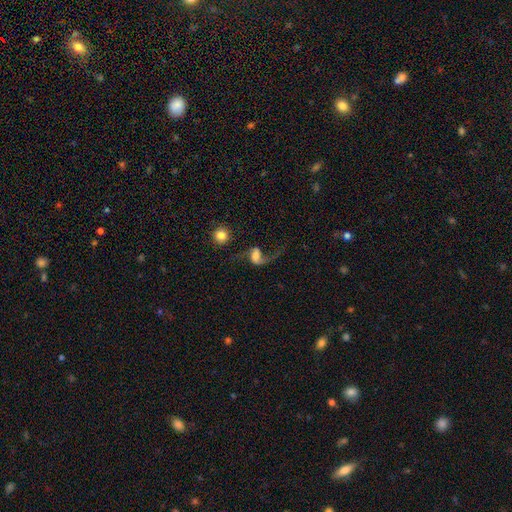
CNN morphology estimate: Smooth or featured? featured or disk (70%)
Edge-on disk? no (96%)
Bar? no (43%)
Spiral arms? yes (91%)
Spiral winding? loose (89%)
Spiral arm count? 2 (73%)
Bulge size? moderate (42%)
Merging? none (43%)